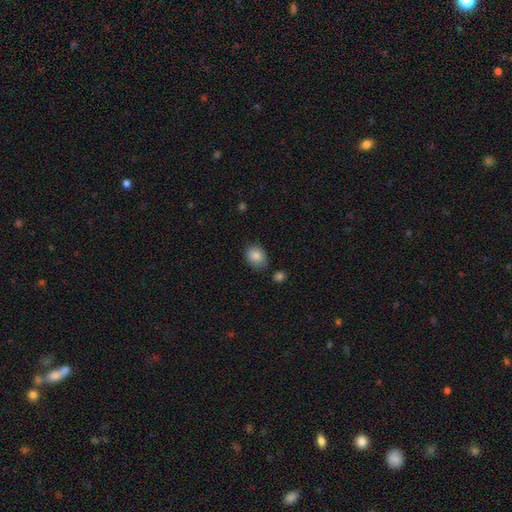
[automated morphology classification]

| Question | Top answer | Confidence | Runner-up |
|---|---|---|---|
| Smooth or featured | smooth | 86% | star or artifact (8%) |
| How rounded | in between | 55% | round (44%) |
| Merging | none | 76% | minor disturbance (16%) |